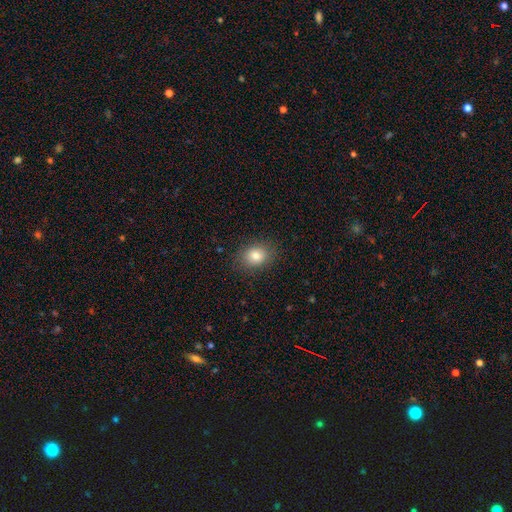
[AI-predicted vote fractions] Morphology: type=smooth (82%); roundness=in between (56%); merging=none (85%).